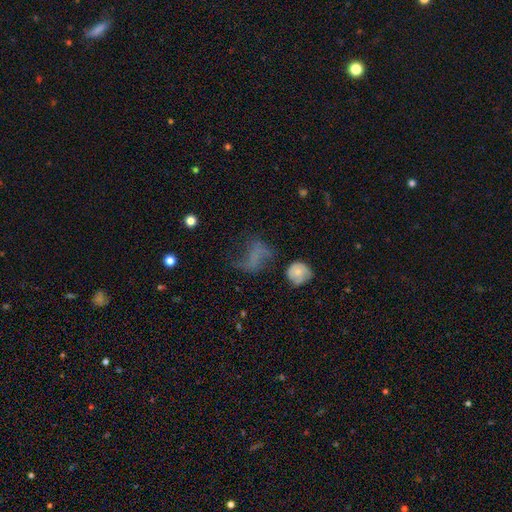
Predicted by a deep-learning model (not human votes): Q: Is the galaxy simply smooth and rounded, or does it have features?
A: smooth — 42%.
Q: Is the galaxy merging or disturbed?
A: major disturbance — 37%.